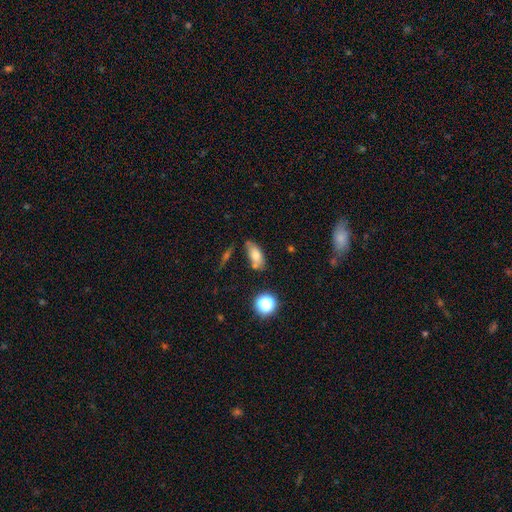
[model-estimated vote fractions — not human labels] A smooth galaxy with no disk features (72%) that is in between round and cigar-shaped (82%).

Vote fractions:
- Smooth or featured? smooth: 72% / featured or disk: 17% / star or artifact: 11%
- How rounded? in between: 82% / cigar-shaped: 12% / round: 6%
- Merging? none: 58% / minor disturbance: 23% / merger: 11% / major disturbance: 8%